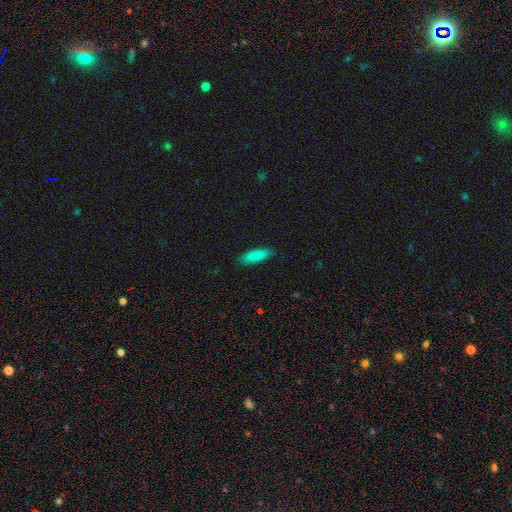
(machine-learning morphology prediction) smooth 85%, featured or disk 9%, star or artifact 6%. Down the decision tree: how rounded — cigar-shaped (60%); merging — none (85%).